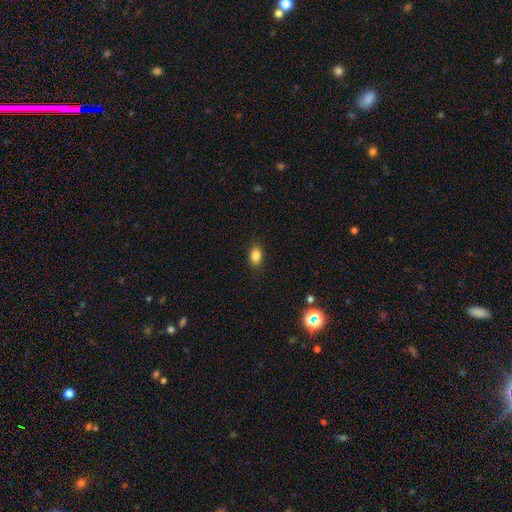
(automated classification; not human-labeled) Smooth or featured: smooth — 85% (star or artifact — 10%)
How rounded: in between — 82% (round — 17%)
Merging: none — 86% (minor disturbance — 10%)